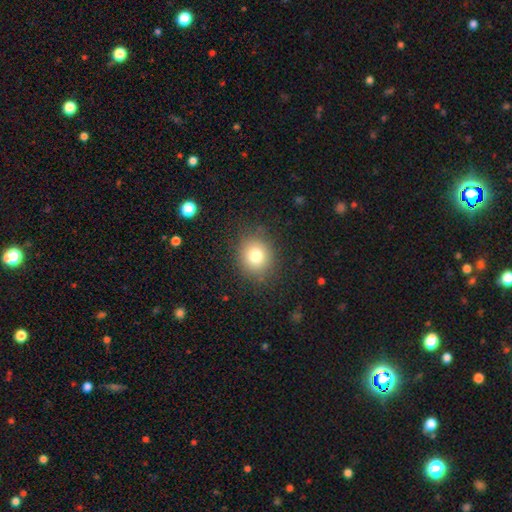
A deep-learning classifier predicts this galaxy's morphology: A smooth galaxy with no disk features (77%) that is round (78%).

Vote fractions:
- Smooth or featured? smooth: 77% / star or artifact: 13% / featured or disk: 10%
- How rounded? round: 78% / in between: 21% / cigar-shaped: 1%
- Merging? none: 85% / minor disturbance: 10% / major disturbance: 4% / merger: 1%